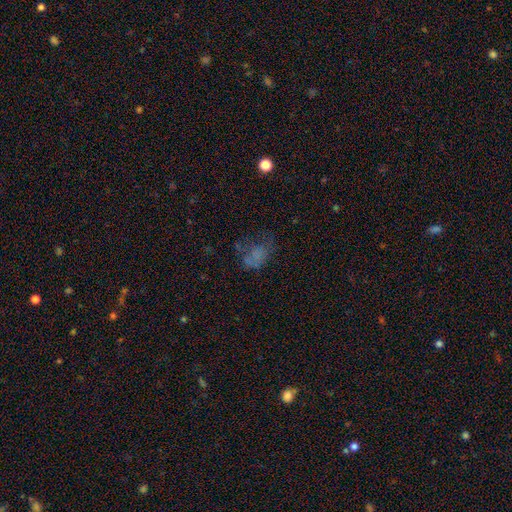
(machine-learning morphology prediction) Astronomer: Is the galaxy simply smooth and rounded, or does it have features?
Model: smooth — 54%.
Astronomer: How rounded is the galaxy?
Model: in between — 75%.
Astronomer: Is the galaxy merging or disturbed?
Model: none — 37% (runner-up: major disturbance, 34%).